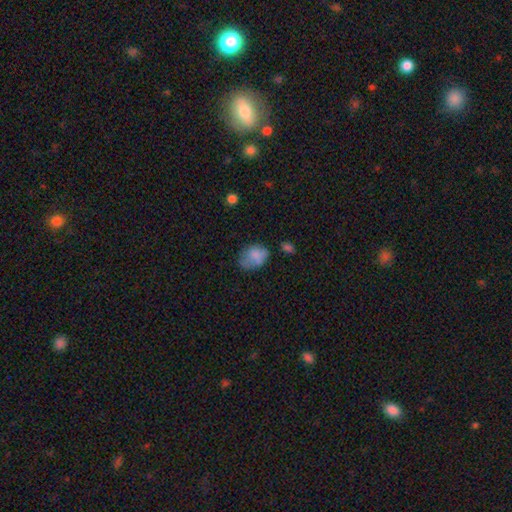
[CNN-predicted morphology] Overall: smooth (76%). How rounded: in between (69%; round 30%). Merging: none (48%; minor disturbance 31%).